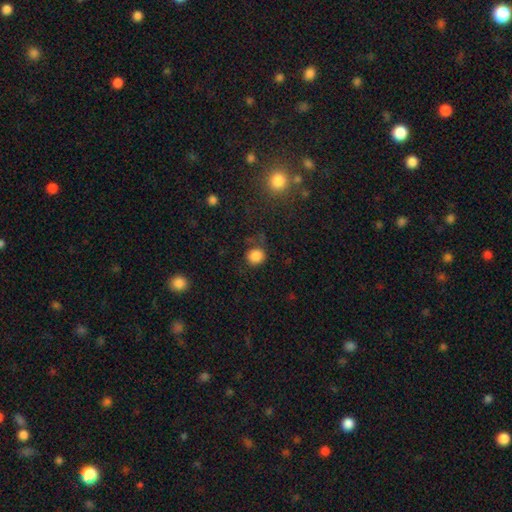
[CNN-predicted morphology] A smooth galaxy with no disk features (85%) that is round (86%).

Vote fractions:
- Smooth or featured? smooth: 85% / star or artifact: 11% / featured or disk: 4%
- How rounded? round: 86% / in between: 13% / cigar-shaped: 1%
- Merging? none: 76% / minor disturbance: 14% / major disturbance: 6% / merger: 3%